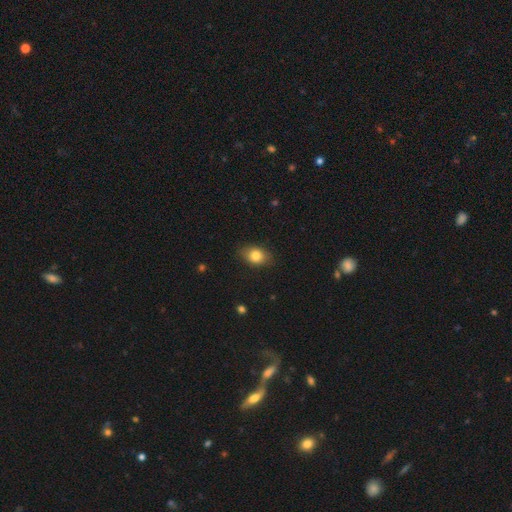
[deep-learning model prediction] Q: Smooth or featured?
A: smooth (82%); runner-up: featured or disk (9%)
Q: How rounded?
A: in between (69%); runner-up: round (30%)
Q: Merging?
A: none (82%); runner-up: minor disturbance (14%)